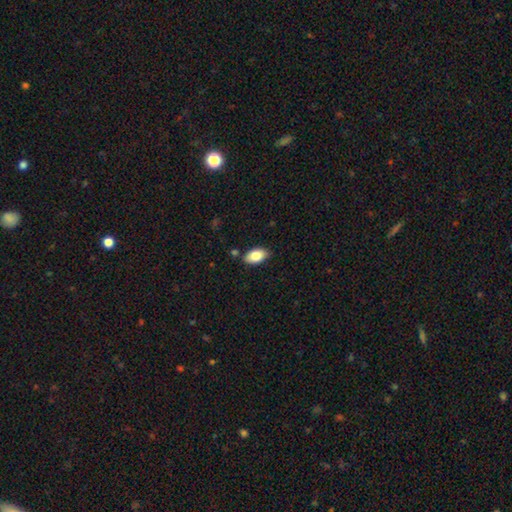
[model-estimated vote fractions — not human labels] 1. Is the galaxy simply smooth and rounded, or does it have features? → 81% smooth, 12% featured or disk, 7% star or artifact.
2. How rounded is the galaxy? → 93% in between, 5% round, 2% cigar-shaped.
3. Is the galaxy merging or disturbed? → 81% none, 13% minor disturbance, 3% merger, 2% major disturbance.